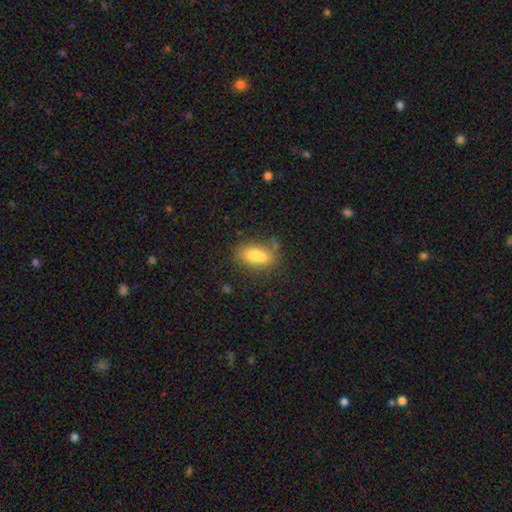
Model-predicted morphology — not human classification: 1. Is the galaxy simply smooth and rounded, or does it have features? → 67% smooth, 23% featured or disk, 10% star or artifact.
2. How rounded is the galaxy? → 79% in between, 16% round, 5% cigar-shaped.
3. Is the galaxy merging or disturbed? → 41% merger, 35% none, 15% minor disturbance, 9% major disturbance.